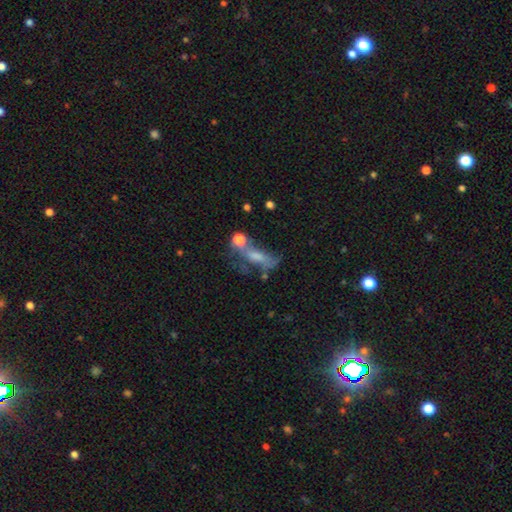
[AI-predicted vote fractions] Smooth or featured?
  - featured or disk: 41% *
  - smooth: 36%
  - star or artifact: 24%
Merging?
  - none: 30% *
  - major disturbance: 29%
  - merger: 24%
  - minor disturbance: 17%